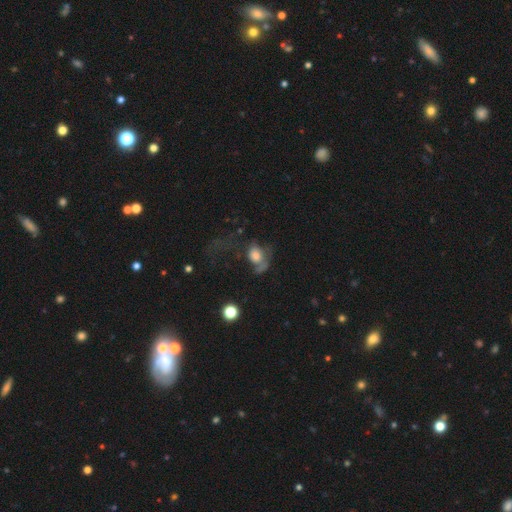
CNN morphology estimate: Smooth or featured: smooth — 59% (featured or disk — 30%)
How rounded: in between — 59% (round — 40%)
Merging: major disturbance — 53% (none — 22%)